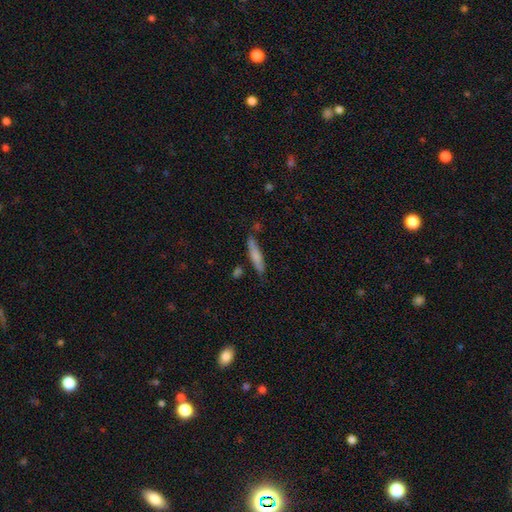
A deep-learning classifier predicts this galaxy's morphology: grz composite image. It shows a smooth galaxy with no disk features (71%) that is cigar-shaped (86%). Merging: none (79%).